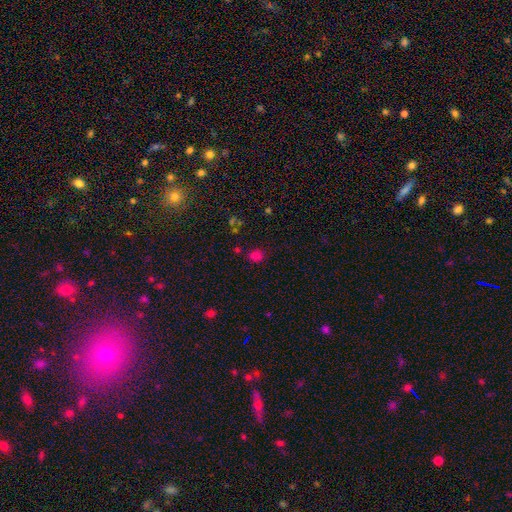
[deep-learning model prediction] The model was most divided on "how rounded": round: 62%, in between: 37%, cigar-shaped: 1%. More confident: merging — none (80%); smooth or featured — smooth (72%).